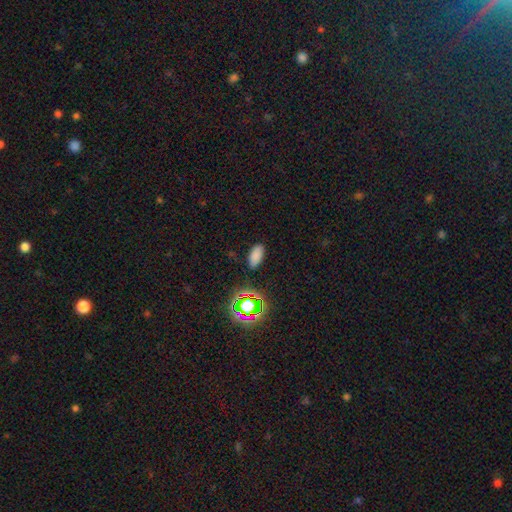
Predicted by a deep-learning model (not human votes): Smooth or featured: smooth — 76% (star or artifact — 19%)
How rounded: in between — 91% (cigar-shaped — 5%)
Merging: none — 86% (minor disturbance — 10%)